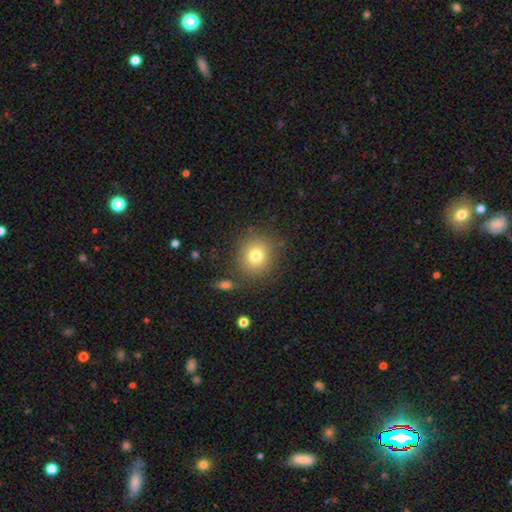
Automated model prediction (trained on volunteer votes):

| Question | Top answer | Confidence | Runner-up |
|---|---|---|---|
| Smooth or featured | smooth | 77% | star or artifact (12%) |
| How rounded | round | 86% | in between (13%) |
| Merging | none | 83% | minor disturbance (10%) |